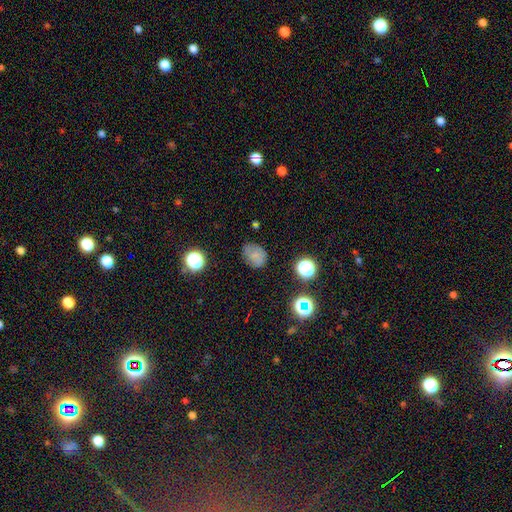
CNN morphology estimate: type=smooth (67%); roundness=in between (54%); merging=none (69%).